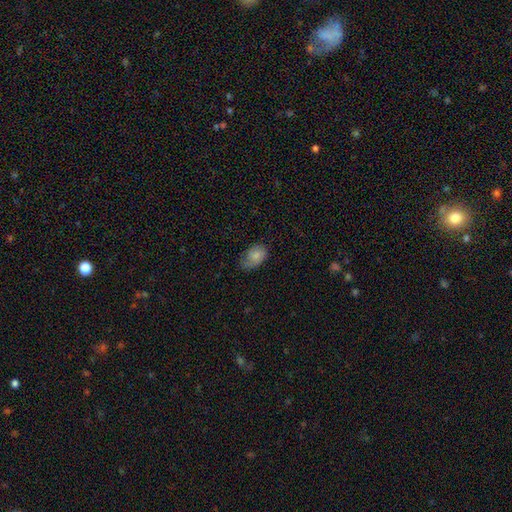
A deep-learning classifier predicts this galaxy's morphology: A smooth galaxy with no disk features (77%) that is in between round and cigar-shaped (83%). Merging: none (47%).